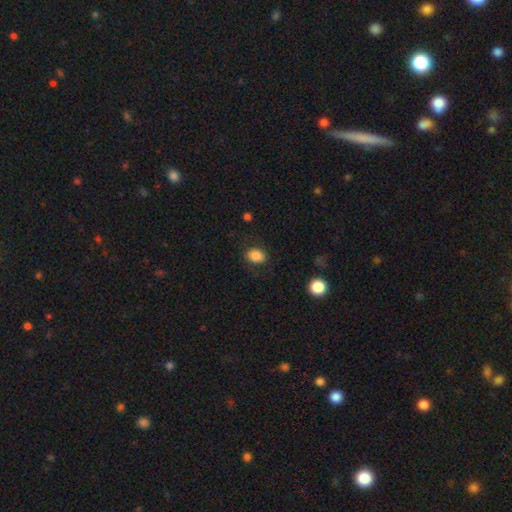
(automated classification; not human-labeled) Morphology: type=smooth (84%); roundness=in between (60%); merging=none (81%).